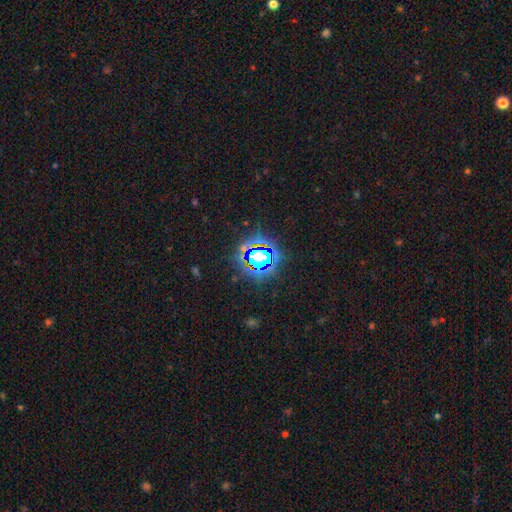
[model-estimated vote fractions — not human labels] Smooth or featured? Predicted: star or artifact (p=0.70).